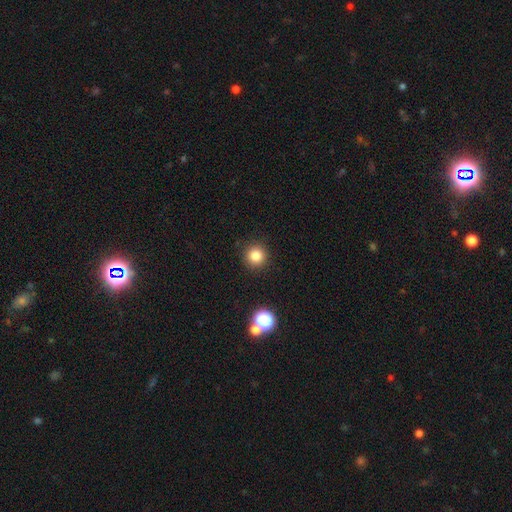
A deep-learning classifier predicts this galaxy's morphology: smooth 82%, star or artifact 13%, featured or disk 5%. Down the decision tree: how rounded — round (95%); merging — none (90%).